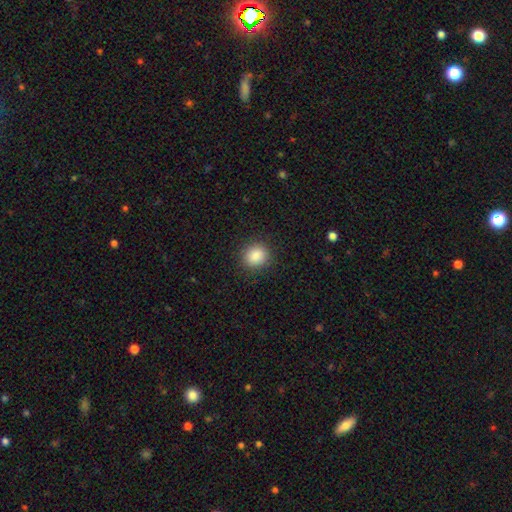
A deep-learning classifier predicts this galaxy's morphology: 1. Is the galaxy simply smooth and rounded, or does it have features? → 87% smooth, 9% star or artifact, 4% featured or disk.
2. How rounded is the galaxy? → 79% round, 20% in between, 1% cigar-shaped.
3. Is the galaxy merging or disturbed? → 89% none, 7% minor disturbance, 2% major disturbance, 1% merger.